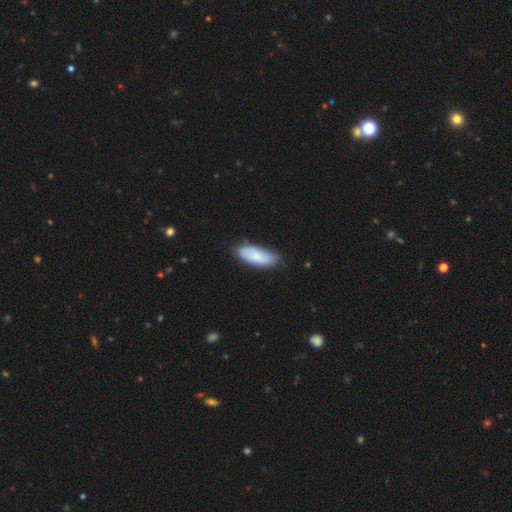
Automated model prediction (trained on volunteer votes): smooth_or_featured: smooth (p=0.76) [alt: featured or disk p=0.18]
how_rounded: in between (p=0.78) [alt: cigar-shaped p=0.20]
merging: none (p=0.74) [alt: minor disturbance p=0.21]